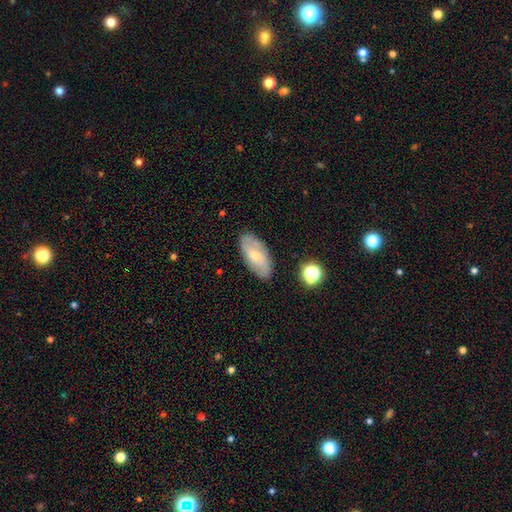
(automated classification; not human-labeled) featured or disk 51%, smooth 41%, star or artifact 7%. Down the decision tree: edge-on disk — no (91%); merging — none (82%).